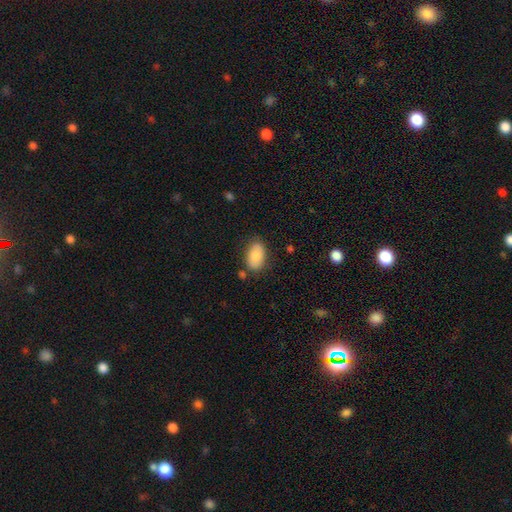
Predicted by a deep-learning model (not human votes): A smooth galaxy with no disk features (82%) that is in between round and cigar-shaped (92%). Merging: none (78%).